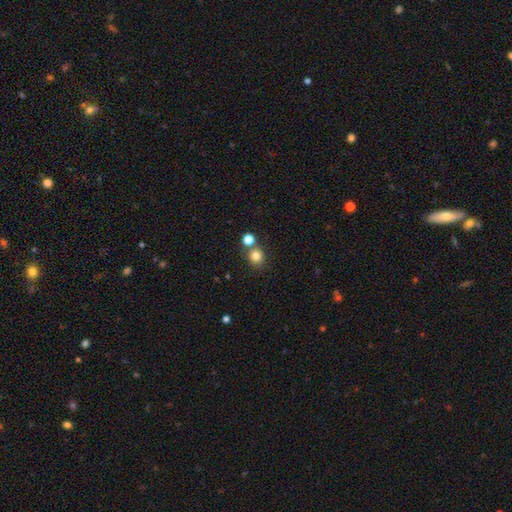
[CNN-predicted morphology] Q: Smooth or featured?
A: smooth (81%); runner-up: star or artifact (13%)
Q: How rounded?
A: round (88%); runner-up: in between (11%)
Q: Merging?
A: none (71%); runner-up: merger (19%)